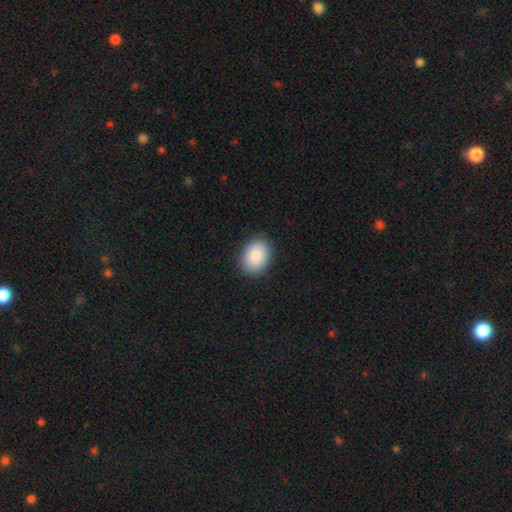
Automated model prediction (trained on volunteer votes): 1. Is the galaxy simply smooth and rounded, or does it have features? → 88% smooth, 7% star or artifact, 5% featured or disk.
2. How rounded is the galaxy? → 72% in between, 27% round, 1% cigar-shaped.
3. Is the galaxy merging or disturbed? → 88% none, 9% minor disturbance, 2% major disturbance, 1% merger.